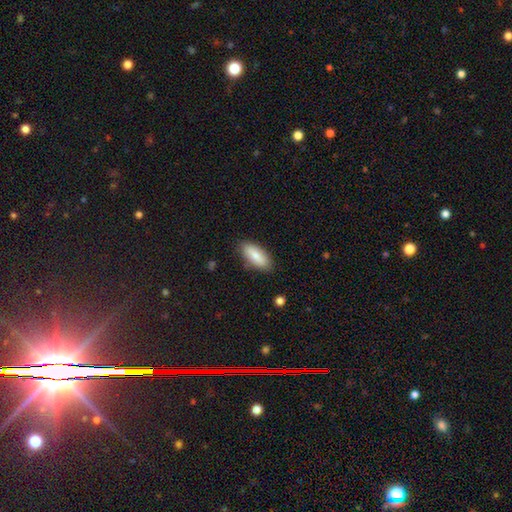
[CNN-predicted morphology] smooth 79%, featured or disk 15%, star or artifact 6%. Down the decision tree: how rounded — in between (83%); merging — none (82%).